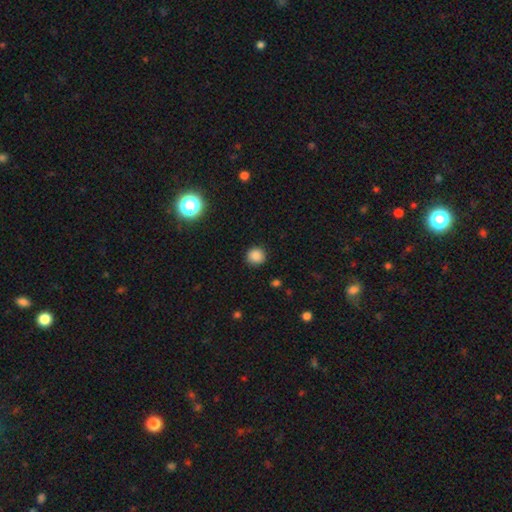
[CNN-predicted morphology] Smooth or featured? smooth (86%)
How rounded? round (91%)
Merging? none (89%)